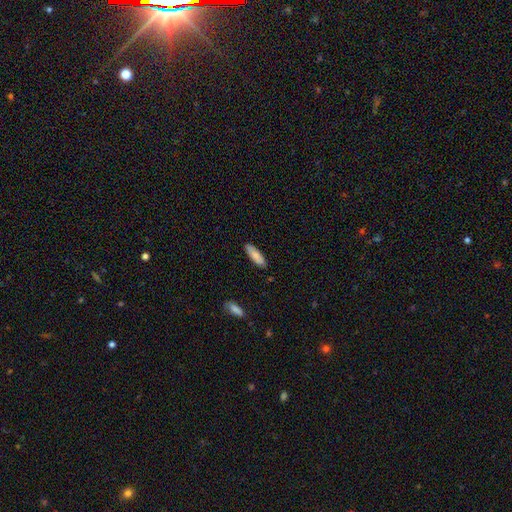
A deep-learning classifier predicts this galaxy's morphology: smooth-or-featured: smooth: 83% | featured or disk: 11% | star or artifact: 6%
  how-rounded: cigar-shaped: 49% (tied) | in between: 49% (tied) | round: 1%
  merging: none: 87% | minor disturbance: 10% | major disturbance: 2% | merger: 1%